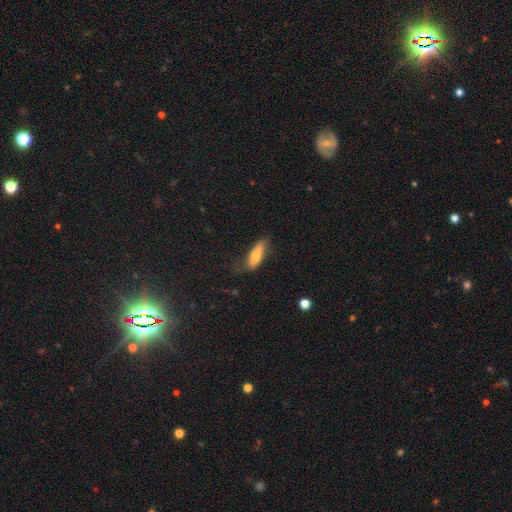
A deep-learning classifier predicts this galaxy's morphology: Overall: smooth (64%; featured or disk 29%). How rounded: in between (58%; cigar-shaped 39%). Merging: none (58%; minor disturbance 29%).